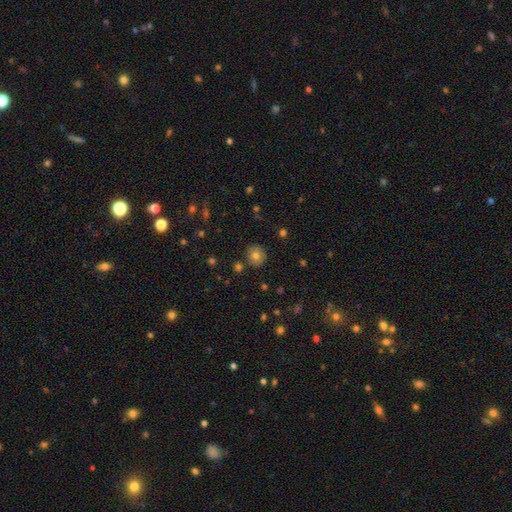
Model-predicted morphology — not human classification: A smooth galaxy with no disk features (75%) that is round (86%).

Vote fractions:
- Smooth or featured? smooth: 75% / star or artifact: 13% / featured or disk: 12%
- How rounded? round: 86% / in between: 13% / cigar-shaped: 1%
- Merging? none: 85% / minor disturbance: 10% / merger: 3% / major disturbance: 2%